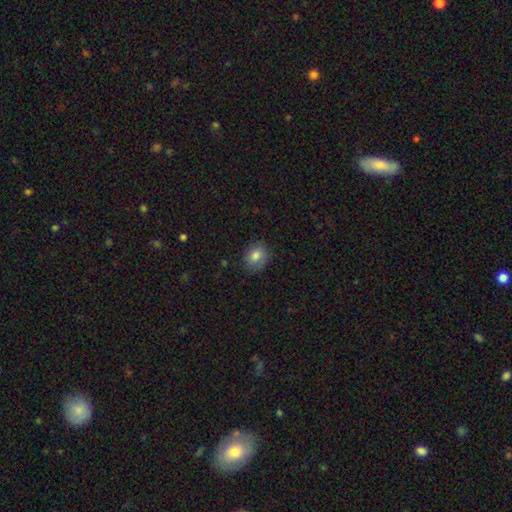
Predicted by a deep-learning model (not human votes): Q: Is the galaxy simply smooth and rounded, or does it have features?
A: smooth — 81%.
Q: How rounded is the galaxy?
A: round — 55%.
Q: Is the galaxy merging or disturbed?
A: none — 79%.